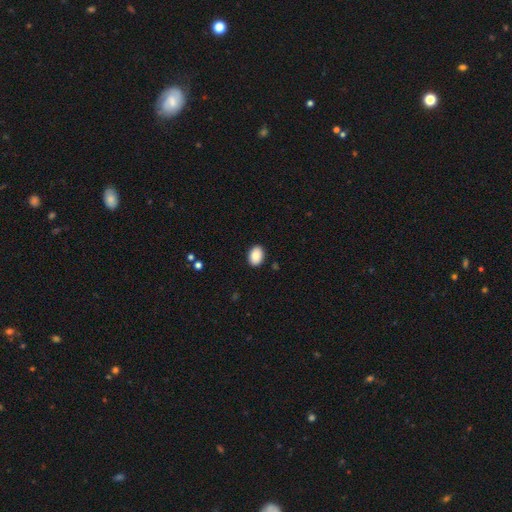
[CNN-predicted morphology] type=smooth (89%); roundness=in between (80%); merging=none (90%).